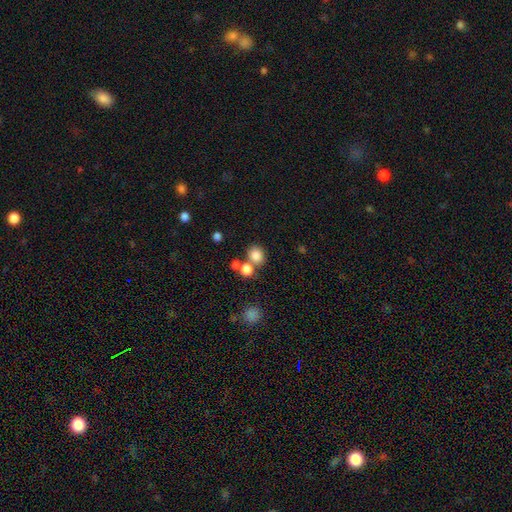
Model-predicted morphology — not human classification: Overall: smooth (81%). How rounded: round (71%). Merging: none (58%; merger 29%).